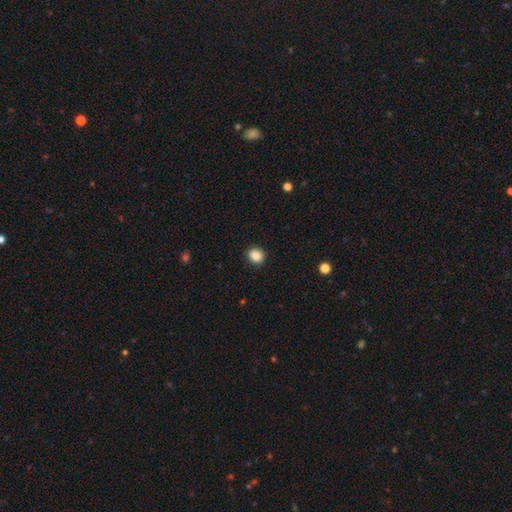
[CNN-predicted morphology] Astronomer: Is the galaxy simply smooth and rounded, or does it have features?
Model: smooth — 88%.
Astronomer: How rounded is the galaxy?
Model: round — 61% (runner-up: in between, 38%).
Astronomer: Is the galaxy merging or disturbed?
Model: none — 90%.